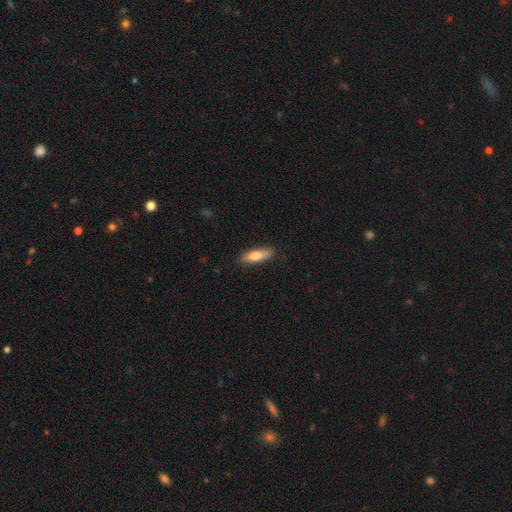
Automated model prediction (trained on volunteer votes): This appears to be a smooth galaxy with no disk features (75%) that is cigar-shaped (56%). Merging: none (85%).